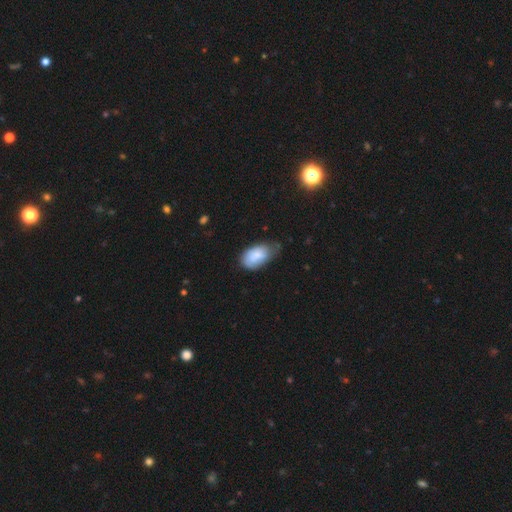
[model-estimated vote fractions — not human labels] Q: Smooth or featured?
A: smooth (78%); runner-up: featured or disk (15%)
Q: How rounded?
A: in between (93%); runner-up: round (5%)
Q: Merging?
A: minor disturbance (46%); runner-up: none (39%)